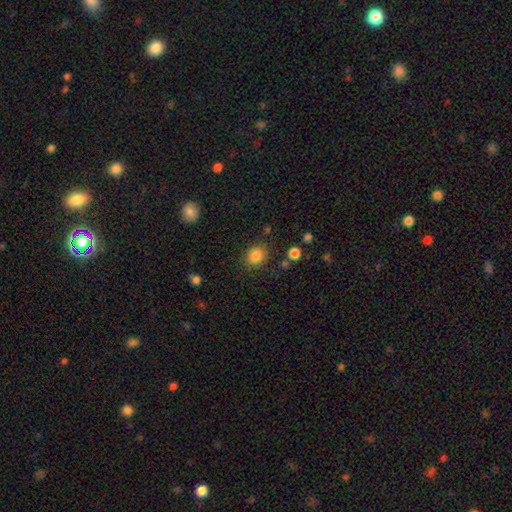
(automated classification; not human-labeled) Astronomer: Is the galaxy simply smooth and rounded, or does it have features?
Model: smooth — 86%.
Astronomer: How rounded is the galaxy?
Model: round — 73%.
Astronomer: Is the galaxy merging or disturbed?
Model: none — 83%.